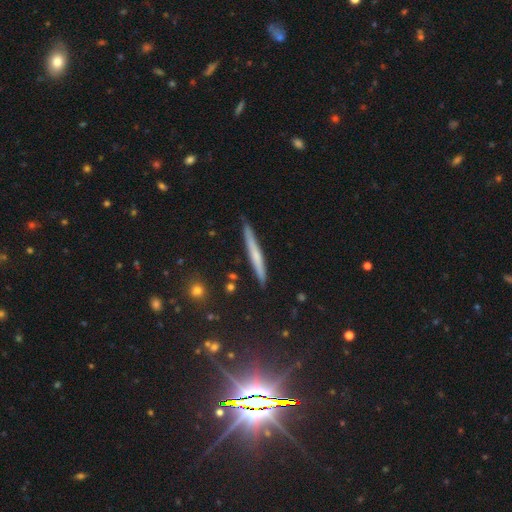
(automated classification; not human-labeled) Smooth or featured: smooth — 47% (featured or disk — 45%)
Merging: none — 87% (minor disturbance — 10%)